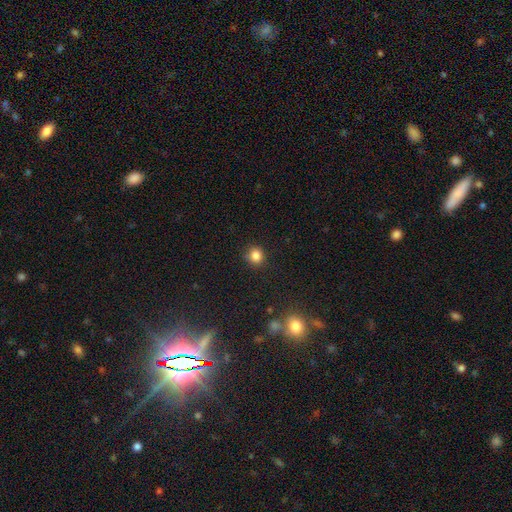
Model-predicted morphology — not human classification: A smooth galaxy with no disk features (84%) that is round (85%). Merging: none (85%).